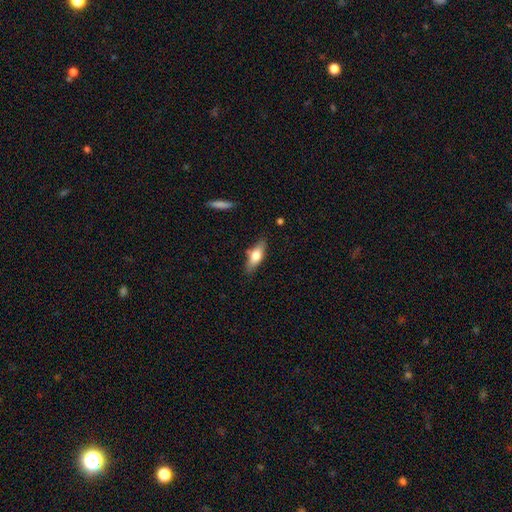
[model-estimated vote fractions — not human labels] A smooth galaxy with no disk features (61%) that is in between round and cigar-shaped (59%).

Vote fractions:
- Smooth or featured? smooth: 61% / featured or disk: 32% / star or artifact: 7%
- How rounded? in between: 59% / cigar-shaped: 38% / round: 3%
- Merging? none: 78% / minor disturbance: 15% / major disturbance: 3% / merger: 3%